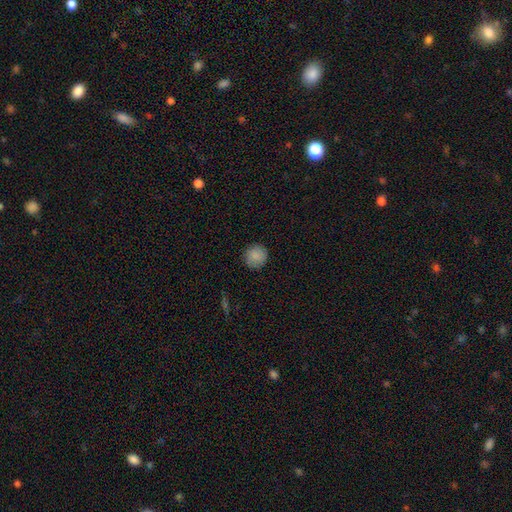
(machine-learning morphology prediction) smooth-or-featured: smooth: 87% | star or artifact: 8% | featured or disk: 5%
  how-rounded: round: 92% | in between: 7% | cigar-shaped: 1%
  merging: none: 89% | minor disturbance: 8% | major disturbance: 2% | merger: 1%